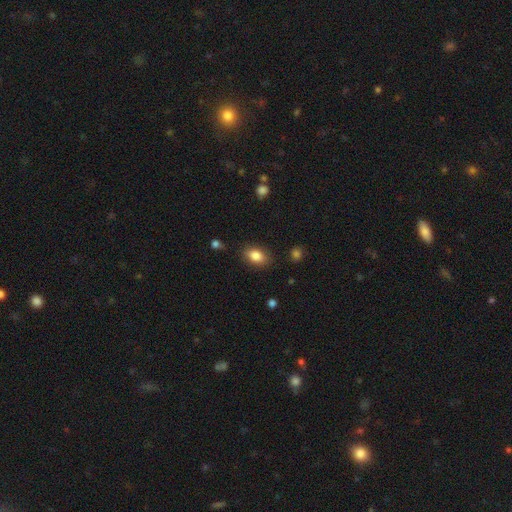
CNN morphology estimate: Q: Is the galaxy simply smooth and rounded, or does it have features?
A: smooth — 85%.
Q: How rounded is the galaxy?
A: in between — 86%.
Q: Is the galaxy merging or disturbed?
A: none — 84%.